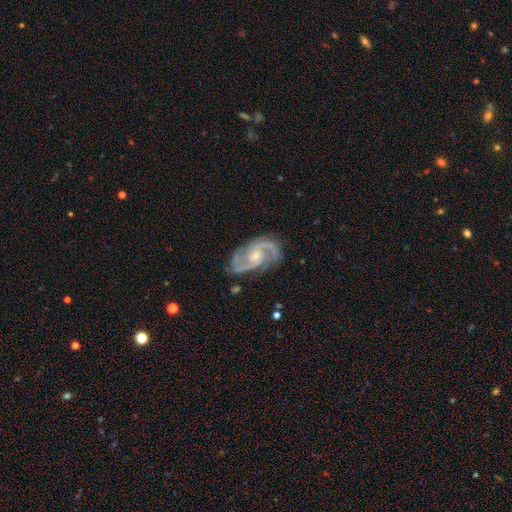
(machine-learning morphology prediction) featured or disk 91%, star or artifact 5%, smooth 5%. Down the decision tree: edge-on disk — no (97%); bar — no (55%); spiral arms — yes (98%); spiral arm count — 2 (80%); spiral winding — medium (59%); bulge size — small (51%); merging — none (74%).